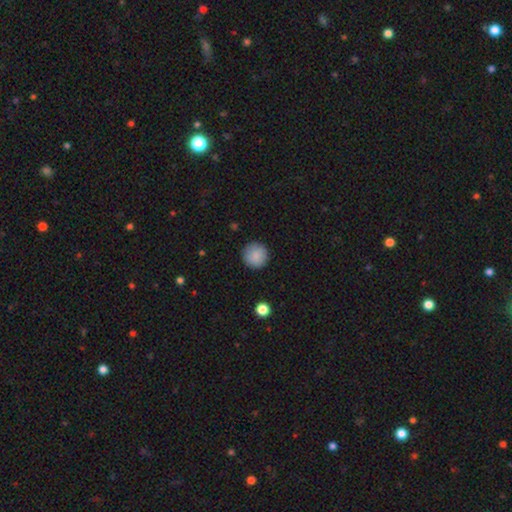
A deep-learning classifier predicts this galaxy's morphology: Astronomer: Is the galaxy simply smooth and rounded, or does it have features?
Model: smooth — 87%.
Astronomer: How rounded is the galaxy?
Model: round — 96%.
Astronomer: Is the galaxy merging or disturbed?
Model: none — 90%.